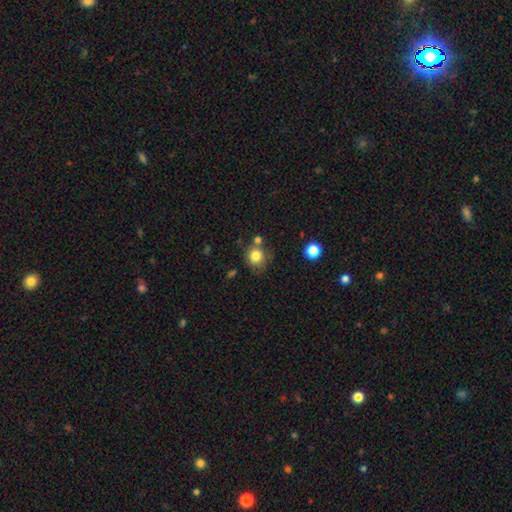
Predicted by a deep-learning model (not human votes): This is clearly a smooth galaxy (81%). How rounded: clearly round (81%). Merging: likely none (61%).